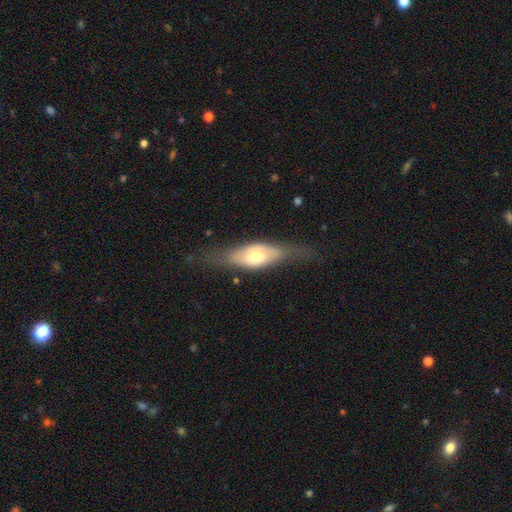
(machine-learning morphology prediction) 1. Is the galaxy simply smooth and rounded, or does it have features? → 53% featured or disk, 41% smooth, 6% star or artifact.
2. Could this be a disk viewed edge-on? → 61% yes, 39% no.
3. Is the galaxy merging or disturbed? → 67% none, 20% minor disturbance, 11% major disturbance, 2% merger.